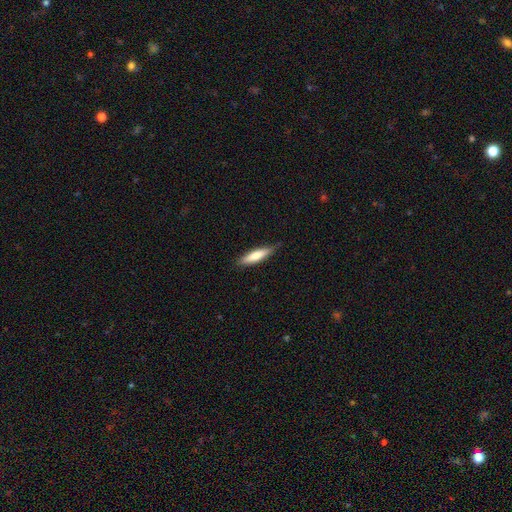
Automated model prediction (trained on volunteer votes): Overall: smooth (74%). How rounded: cigar-shaped (74%). Merging: none (84%).